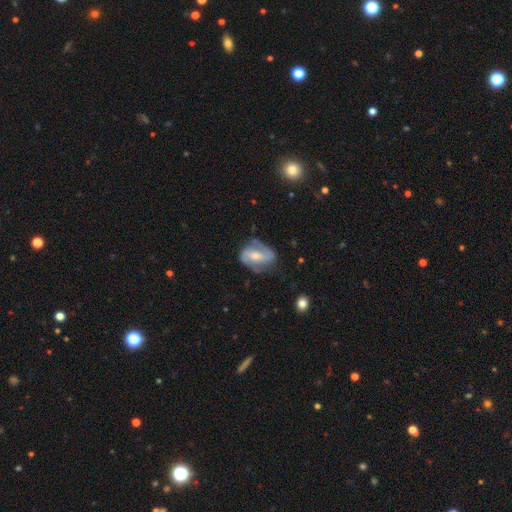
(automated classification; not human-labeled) A featured or disk galaxy (76%) with a weak bar (44%), 2 (85%) medium (49%) spiral arms (90%) and a moderate central bulge (52%).

Vote fractions:
- Smooth or featured? featured or disk: 76% / smooth: 18% / star or artifact: 6%
- Edge-on disk? no: 97% / yes: 3%
- Bar? weak: 44% / strong: 31% / no: 25%
- Spiral arms? yes: 90% / no: 10%
- Spiral winding? medium: 49% / tight: 27% / loose: 24%
- Spiral arm count? 2: 85% / can't tell: 7% / 1: 3% / 3: 2% / 4: 1% / more than 4: 1%
- Bulge size? moderate: 52% / small: 31% / large: 10% / none: 7% / dominant: 1%
- Merging? none: 64% / minor disturbance: 23% / major disturbance: 10% / merger: 2%